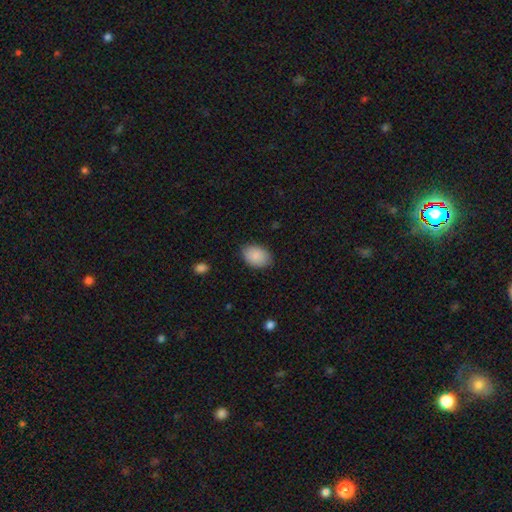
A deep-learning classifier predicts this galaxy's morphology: The model was most divided on "how rounded": in between: 84%, round: 15%, cigar-shaped: 1%. More confident: smooth or featured — smooth (89%); merging — none (84%).